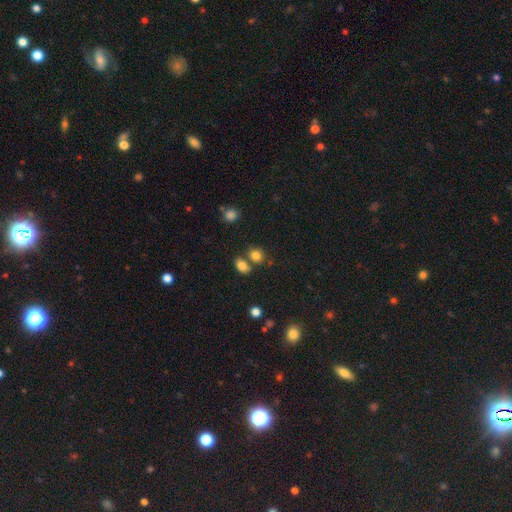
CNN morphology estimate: The model was most divided on "how rounded": round: 57%, in between: 42%, cigar-shaped: 1%. More confident: smooth or featured — smooth (81%); merging — none (58%).